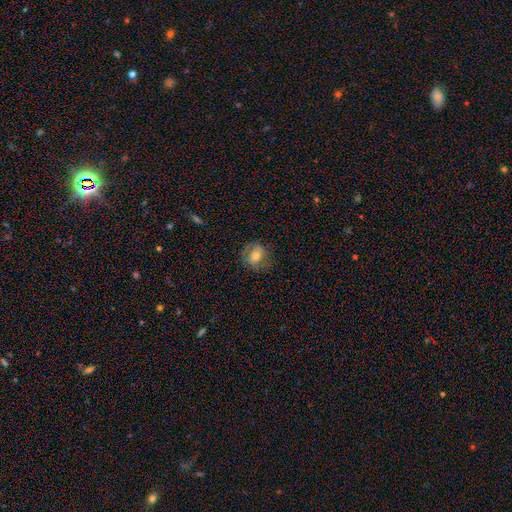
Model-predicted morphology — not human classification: Overall: smooth (48%; featured or disk 42%). Merging: none (73%).